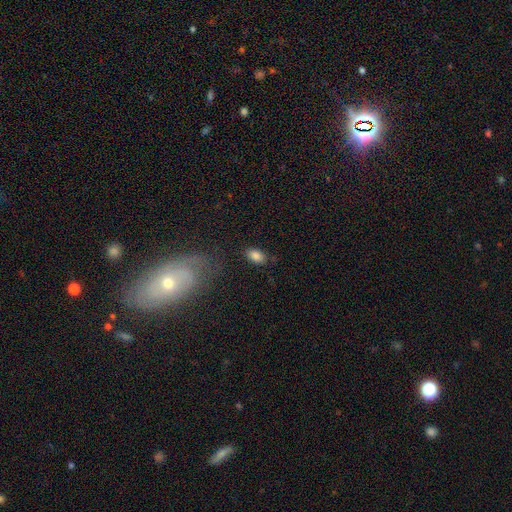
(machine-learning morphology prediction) A smooth galaxy with no disk features (85%) that is in between round and cigar-shaped (90%). Merging: none (82%).